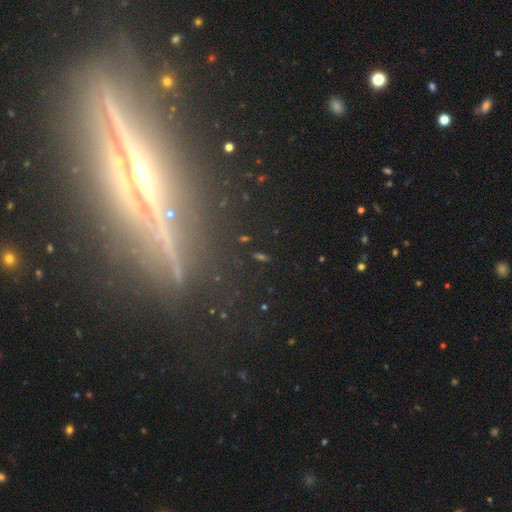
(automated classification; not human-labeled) star or artifact 45%, featured or disk 42%, smooth 13%.